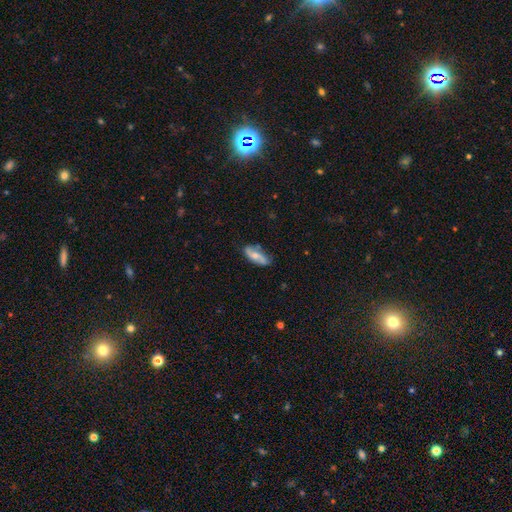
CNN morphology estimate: featured or disk 47% (tied), smooth 47% (tied), star or artifact 7%. Down the decision tree: merging — none (72%).